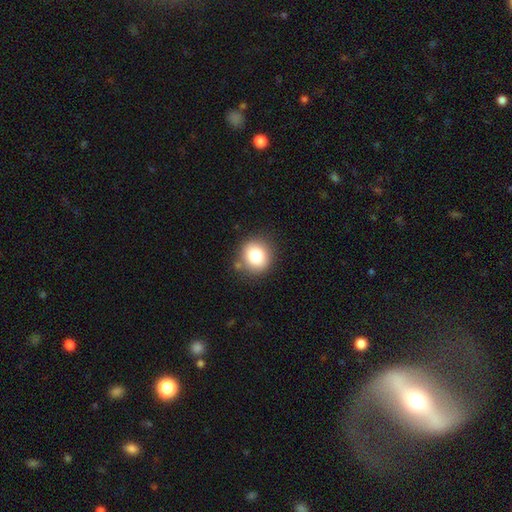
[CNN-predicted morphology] smooth_or_featured: smooth (p=0.81) [alt: star or artifact p=0.11]
how_rounded: round (p=0.87) [alt: in between p=0.13]
merging: none (p=0.84) [alt: minor disturbance p=0.10]